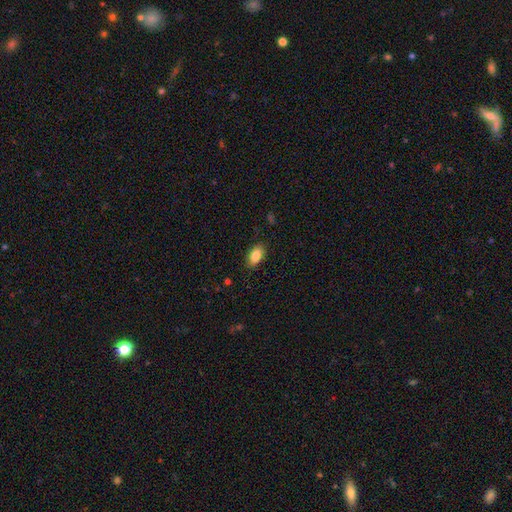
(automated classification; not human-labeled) Smooth or featured?
  - smooth: 86% *
  - star or artifact: 7%
  - featured or disk: 7%
How rounded?
  - in between: 92% *
  - round: 6%
  - cigar-shaped: 3%
Merging?
  - none: 87% *
  - minor disturbance: 10%
  - major disturbance: 2%
  - merger: 1%